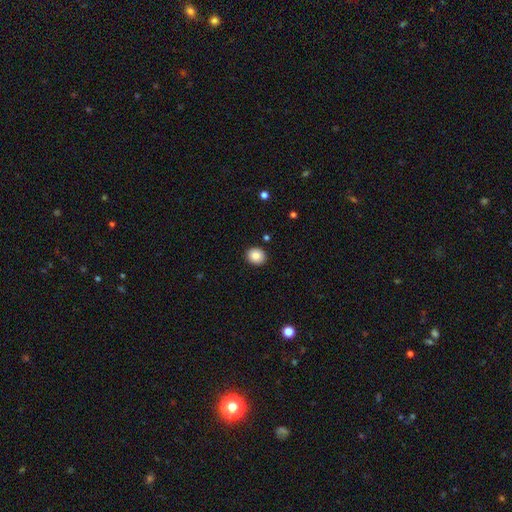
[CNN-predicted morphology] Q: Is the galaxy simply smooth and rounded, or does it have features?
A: smooth — 86%.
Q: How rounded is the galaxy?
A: round — 79%.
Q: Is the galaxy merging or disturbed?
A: none — 91%.